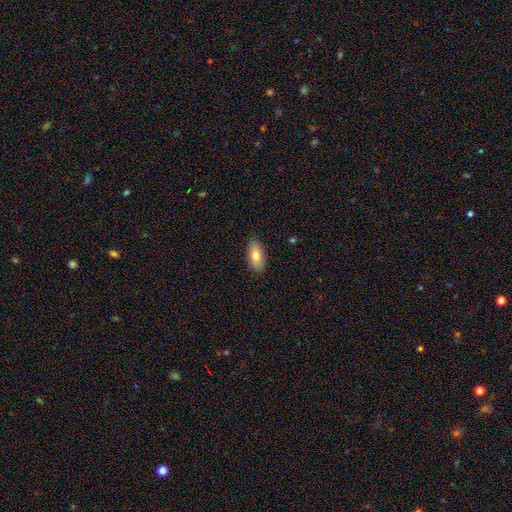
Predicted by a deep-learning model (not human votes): Morphology: type=smooth (78%); roundness=in between (85%); merging=none (88%).